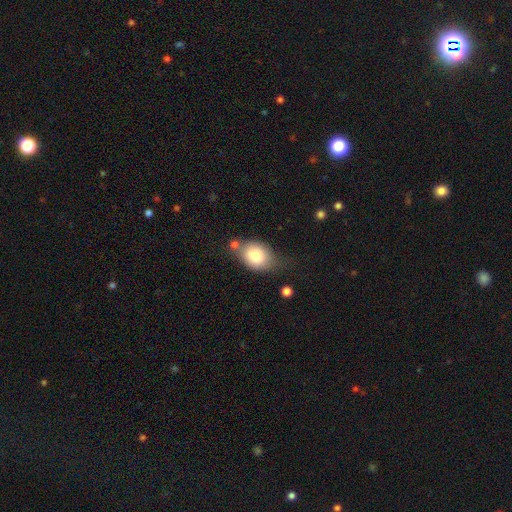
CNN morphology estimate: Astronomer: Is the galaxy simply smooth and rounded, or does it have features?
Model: smooth — 77%.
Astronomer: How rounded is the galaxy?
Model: in between — 68%.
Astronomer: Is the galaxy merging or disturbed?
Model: none — 45% (runner-up: minor disturbance, 28%).